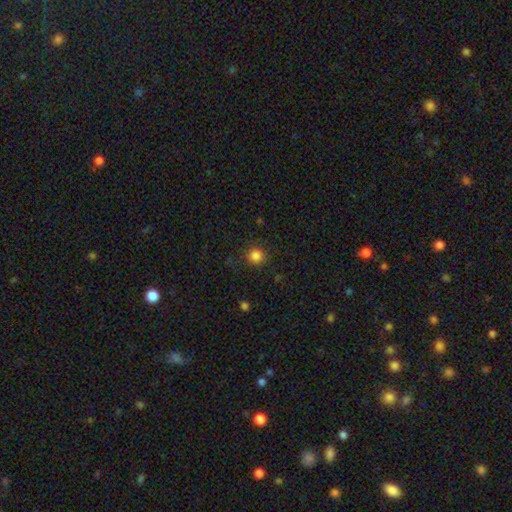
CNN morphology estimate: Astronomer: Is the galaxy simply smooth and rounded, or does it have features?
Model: smooth — 84%.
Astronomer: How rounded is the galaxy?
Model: round — 93%.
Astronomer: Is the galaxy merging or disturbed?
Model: none — 90%.